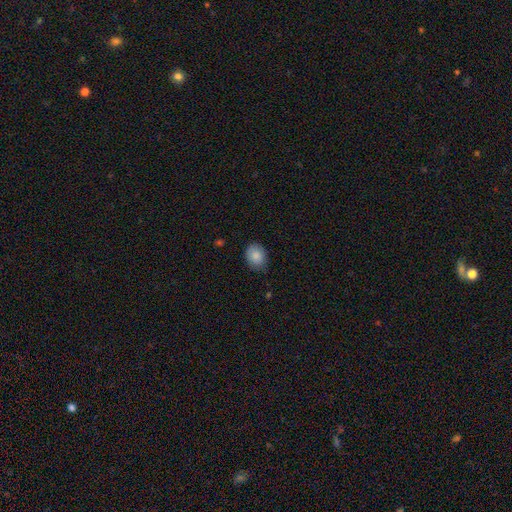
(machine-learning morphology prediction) smooth-or-featured: smooth: 86% | star or artifact: 7% | featured or disk: 7%
  how-rounded: in between: 59% | round: 40% | cigar-shaped: 1%
  merging: none: 77% | minor disturbance: 19% | major disturbance: 3% | merger: 1%